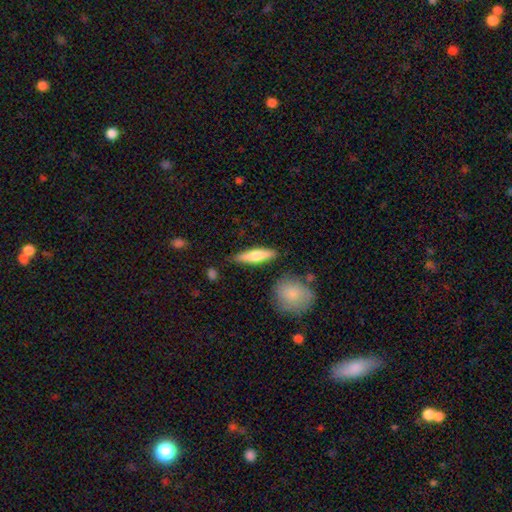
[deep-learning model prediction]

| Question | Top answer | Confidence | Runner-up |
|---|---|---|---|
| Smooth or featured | smooth | 62% | featured or disk (33%) |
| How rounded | cigar-shaped | 72% | in between (26%) |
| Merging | none | 84% | minor disturbance (11%) |